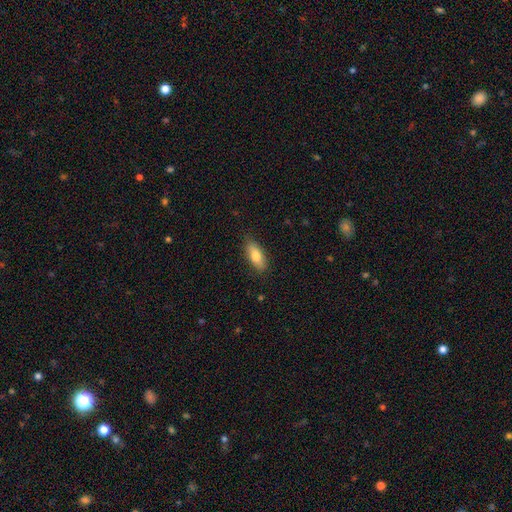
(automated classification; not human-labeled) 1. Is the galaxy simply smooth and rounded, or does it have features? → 79% smooth, 14% featured or disk, 6% star or artifact.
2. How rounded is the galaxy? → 81% in between, 16% cigar-shaped, 3% round.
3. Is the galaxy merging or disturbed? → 85% none, 12% minor disturbance, 2% major disturbance, 1% merger.